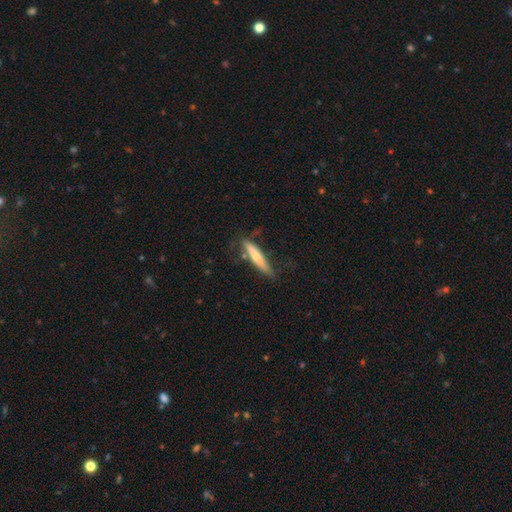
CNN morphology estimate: A smooth galaxy with no disk features (63%) that is cigar-shaped (89%).

Vote fractions:
- Smooth or featured? smooth: 63% / featured or disk: 32% / star or artifact: 6%
- How rounded? cigar-shaped: 89% / in between: 10% / round: 1%
- Merging? none: 68% / minor disturbance: 22% / major disturbance: 6% / merger: 5%